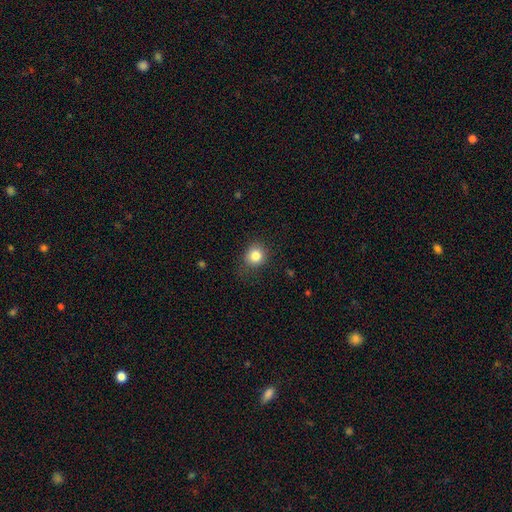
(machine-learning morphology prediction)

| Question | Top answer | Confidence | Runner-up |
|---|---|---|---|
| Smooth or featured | smooth | 83% | star or artifact (11%) |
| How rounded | round | 84% | in between (15%) |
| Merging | none | 78% | minor disturbance (16%) |